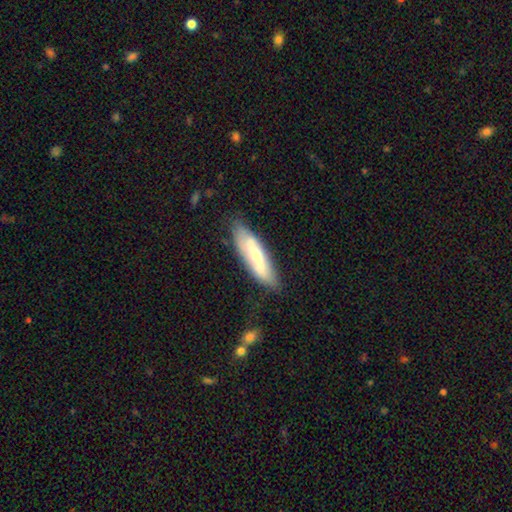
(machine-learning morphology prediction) smooth_or_featured: featured or disk (p=0.48) [alt: smooth p=0.46]
merging: none (p=0.72) [alt: minor disturbance p=0.20]